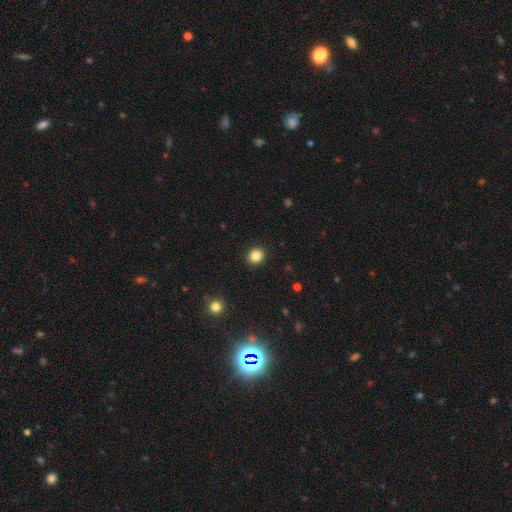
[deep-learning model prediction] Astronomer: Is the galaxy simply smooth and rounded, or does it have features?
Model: smooth — 85%.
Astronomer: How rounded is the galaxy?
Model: round — 81%.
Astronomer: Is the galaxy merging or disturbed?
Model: none — 92%.